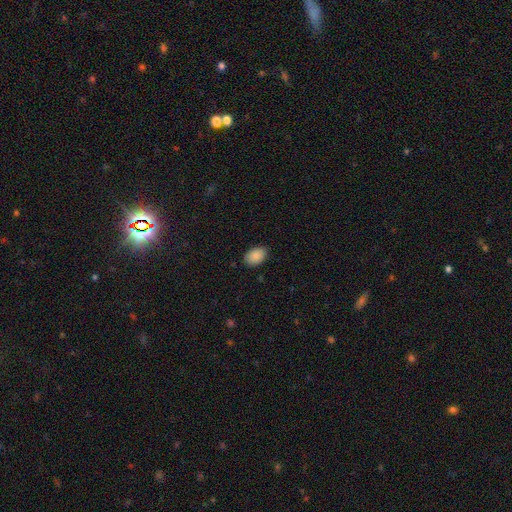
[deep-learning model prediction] A smooth galaxy with no disk features (89%) that is in between round and cigar-shaped (87%). Merging: none (86%).